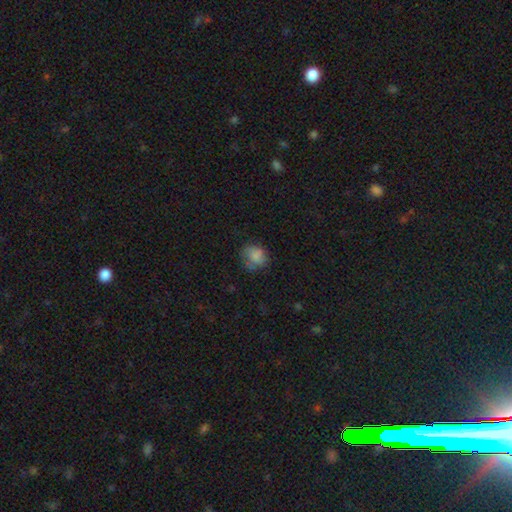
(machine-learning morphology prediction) Smooth or featured?
  - smooth: 78% *
  - featured or disk: 12%
  - star or artifact: 10%
How rounded?
  - round: 66% *
  - in between: 33%
  - cigar-shaped: 1%
Merging?
  - none: 59% *
  - minor disturbance: 27%
  - major disturbance: 13%
  - merger: 2%